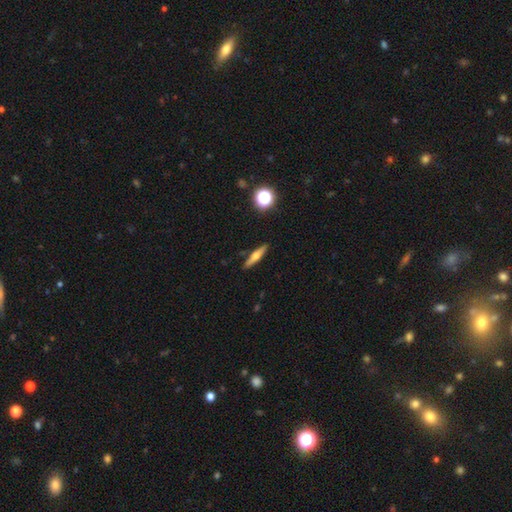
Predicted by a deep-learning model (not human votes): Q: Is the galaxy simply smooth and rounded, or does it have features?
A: featured or disk — 54%.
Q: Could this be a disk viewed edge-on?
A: yes — 95%.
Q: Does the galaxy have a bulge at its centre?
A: rounded — 92%.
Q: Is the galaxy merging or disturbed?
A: none — 90%.